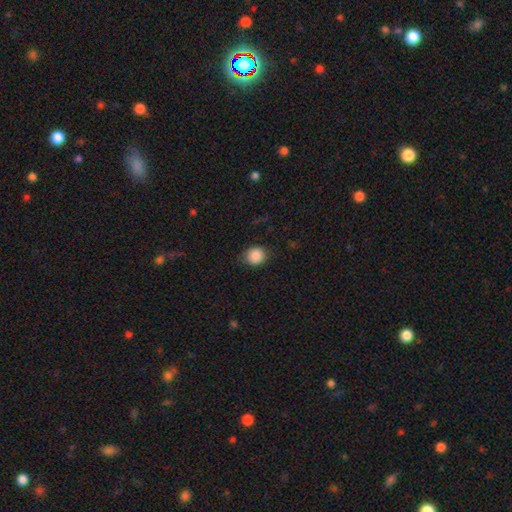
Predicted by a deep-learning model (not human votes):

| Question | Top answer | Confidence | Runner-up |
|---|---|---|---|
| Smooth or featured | smooth | 87% | star or artifact (9%) |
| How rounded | round | 74% | in between (25%) |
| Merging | none | 79% | minor disturbance (16%) |